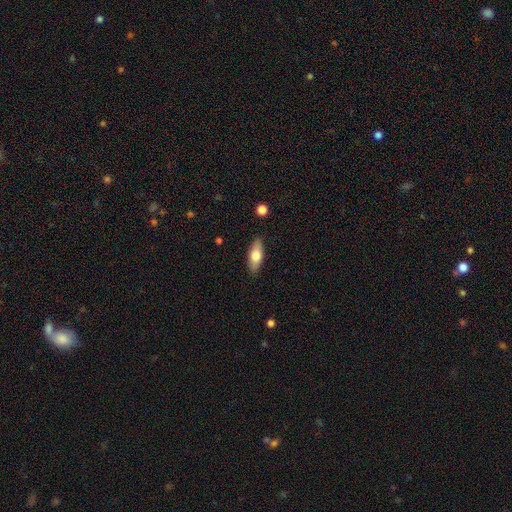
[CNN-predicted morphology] Smooth or featured? Predicted: smooth (p=0.67). How rounded? Predicted: in between (p=0.73). Merging? Predicted: none (p=0.87).